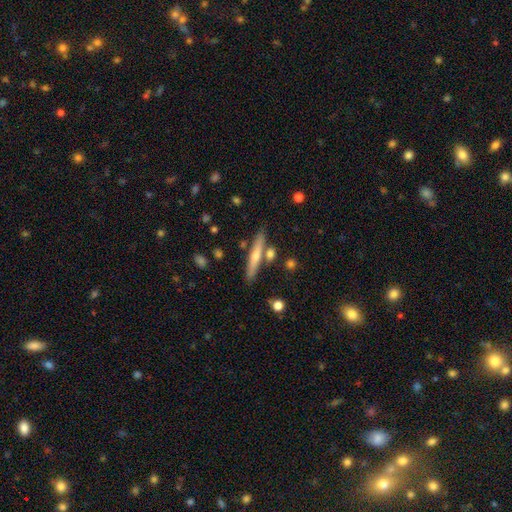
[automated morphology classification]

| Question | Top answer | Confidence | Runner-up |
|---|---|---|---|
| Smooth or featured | featured or disk | 47% | smooth (46%) |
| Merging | none | 80% | minor disturbance (10%) |